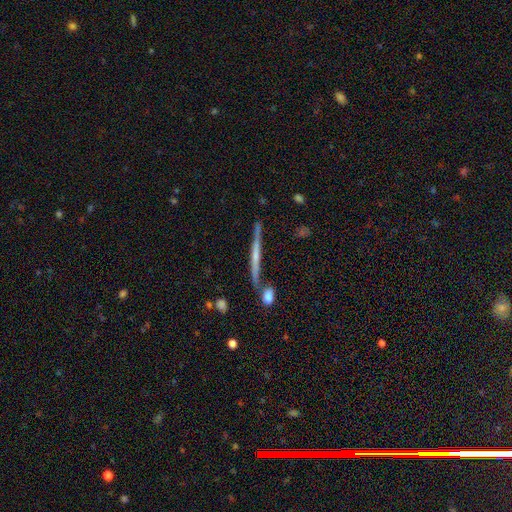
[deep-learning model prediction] Morphology: type=featured or disk (66%); edge-on=yes (96%); edge-on bulge=none (53%); merging=none (75%).